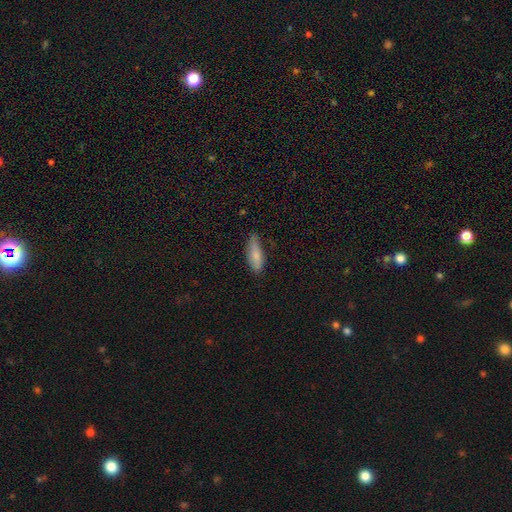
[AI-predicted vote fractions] The model was most divided on "how rounded": in between: 62%, cigar-shaped: 36%, round: 2%. More confident: smooth or featured — smooth (80%); merging — none (67%).